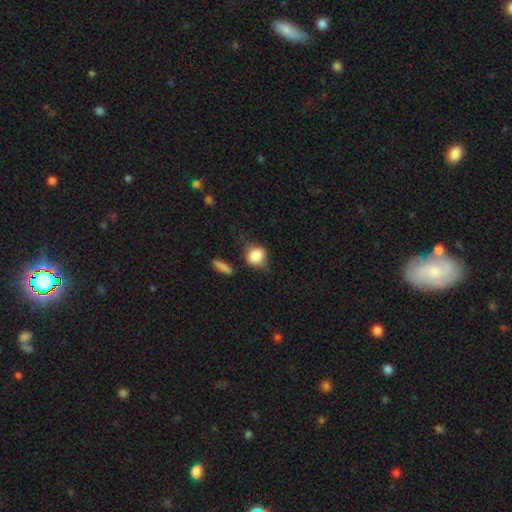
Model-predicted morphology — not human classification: A smooth galaxy with no disk features (83%) that is round (71%).

Vote fractions:
- Smooth or featured? smooth: 83% / star or artifact: 9% / featured or disk: 8%
- How rounded? round: 71% / in between: 27% / cigar-shaped: 2%
- Merging? none: 61% / minor disturbance: 25% / major disturbance: 8% / merger: 6%